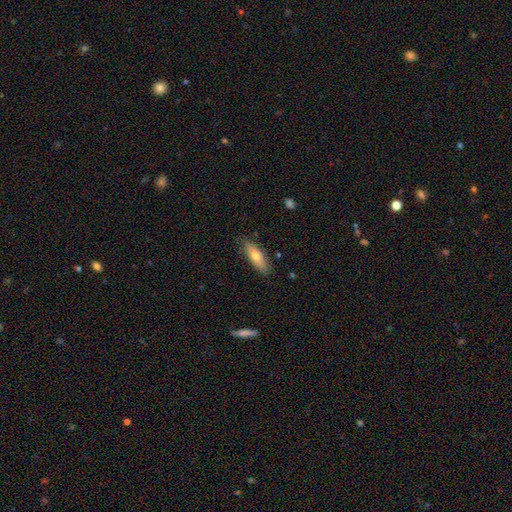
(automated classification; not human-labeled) Smooth or featured: smooth — 69% (featured or disk — 24%)
How rounded: in between — 64% (cigar-shaped — 34%)
Merging: none — 82% (minor disturbance — 14%)